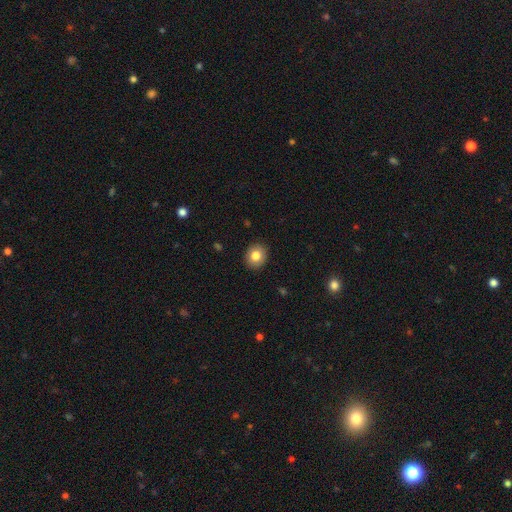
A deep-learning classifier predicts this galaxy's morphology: smooth_or_featured: smooth (p=0.82) [alt: featured or disk p=0.09]
how_rounded: round (p=0.71) [alt: in between p=0.28]
merging: none (p=0.90) [alt: minor disturbance p=0.07]